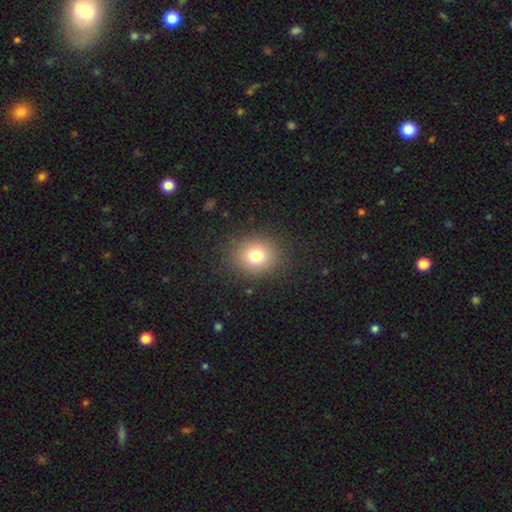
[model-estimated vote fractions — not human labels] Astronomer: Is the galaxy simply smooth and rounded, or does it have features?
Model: smooth — 77%.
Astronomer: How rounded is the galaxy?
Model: round — 71%.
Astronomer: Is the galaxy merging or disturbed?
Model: none — 87%.